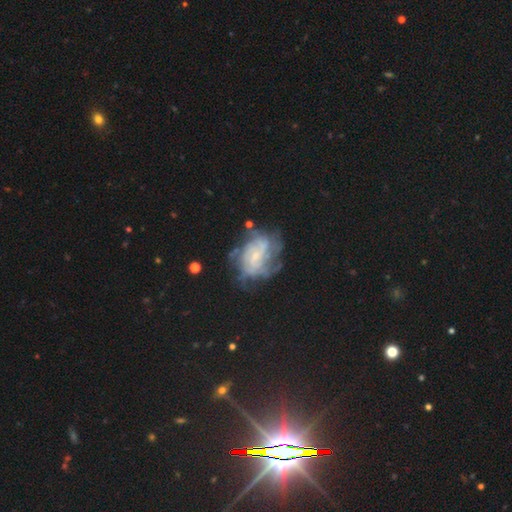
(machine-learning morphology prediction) smooth-or-featured: featured or disk: 76% | smooth: 14% | star or artifact: 10%
  disk-edge-on: no: 97% | yes: 3%
    bar: no: 47% | weak: 43% | strong: 10%
    has-spiral-arms: yes: 85% | no: 15%
      spiral-winding: tight: 48% | medium: 37% | loose: 15%
      spiral-arm-count: can't tell: 48% | 2: 15% | 3: 14% | 4: 12% | more than 4: 6% | 1: 5%
    bulge-size: small: 68% | moderate: 19% | none: 10% | large: 2% | dominant: 1%
  merging: none: 55% | minor disturbance: 22% | major disturbance: 19% | merger: 4%